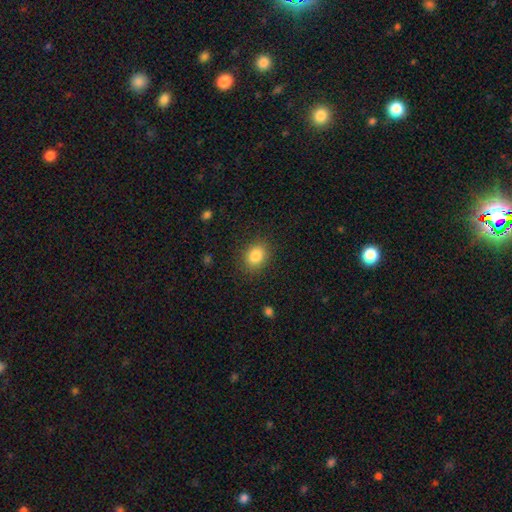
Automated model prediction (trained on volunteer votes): Smooth or featured? smooth (84%)
How rounded? in between (51%)
Merging? none (87%)